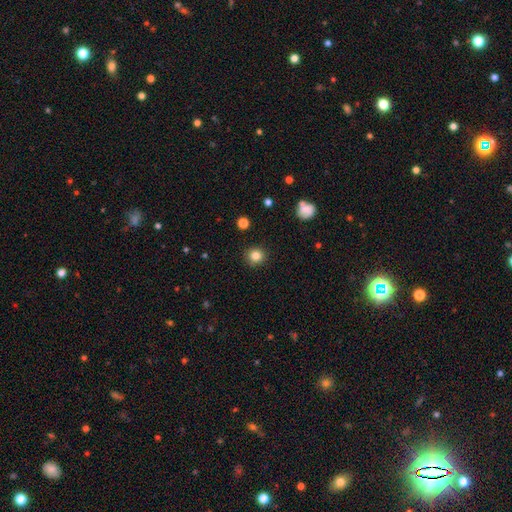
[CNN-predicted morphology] The model was most divided on "smooth or featured": smooth: 83%, star or artifact: 11%, featured or disk: 5%. More confident: how rounded — round (91%); merging — none (89%).